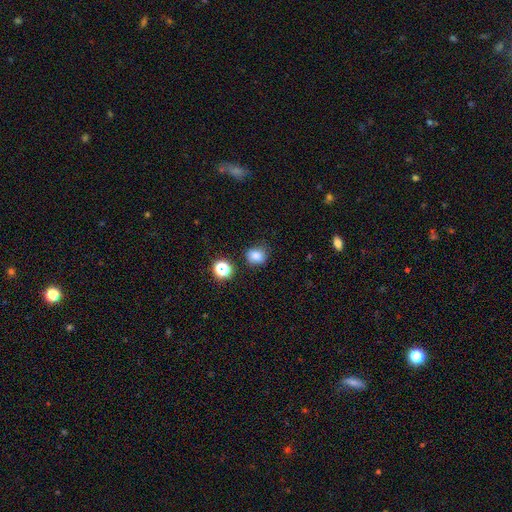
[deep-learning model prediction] Morphology: type=smooth (79%); roundness=round (72%); merging=none (77%).